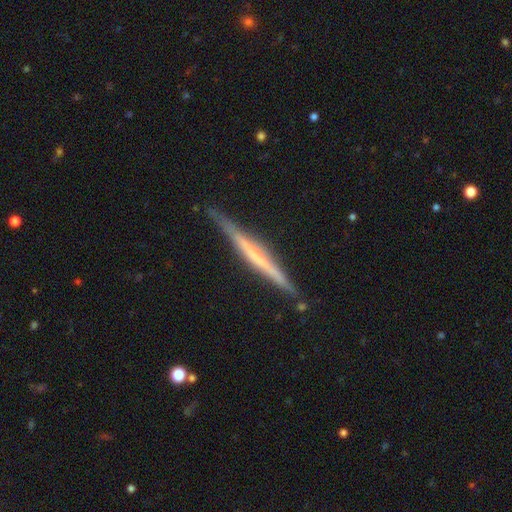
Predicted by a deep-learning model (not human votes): Smooth or featured? featured or disk (68%)
Edge-on disk? yes (97%)
Edge-on bulge? none (72%)
Merging? none (86%)